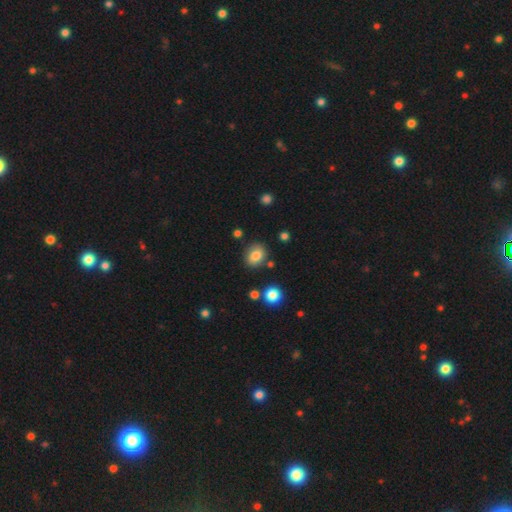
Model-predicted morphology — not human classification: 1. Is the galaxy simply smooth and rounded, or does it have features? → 78% smooth, 12% featured or disk, 10% star or artifact.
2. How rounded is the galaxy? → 55% round, 45% in between, 1% cigar-shaped.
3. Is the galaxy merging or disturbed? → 79% none, 14% minor disturbance, 4% merger, 4% major disturbance.